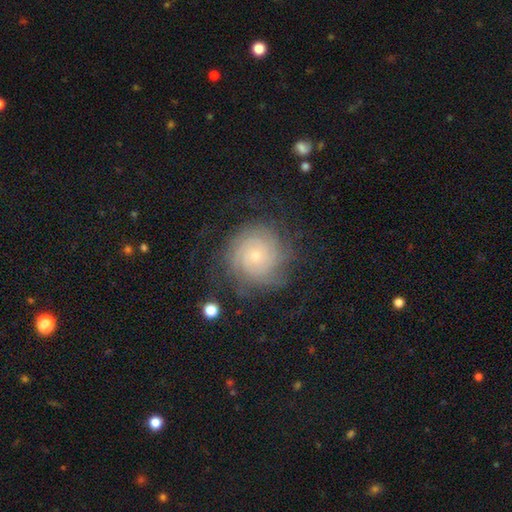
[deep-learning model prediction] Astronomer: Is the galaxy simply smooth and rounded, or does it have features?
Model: featured or disk — 80%.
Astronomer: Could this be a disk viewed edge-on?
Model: no — 98%.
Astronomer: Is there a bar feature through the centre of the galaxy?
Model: no — 80%.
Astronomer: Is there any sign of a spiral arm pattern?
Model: yes — 96%.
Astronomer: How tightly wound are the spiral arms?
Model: tight — 82%.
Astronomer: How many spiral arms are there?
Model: can't tell — 35% (runner-up: 3, 17%).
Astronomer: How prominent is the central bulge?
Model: small — 77%.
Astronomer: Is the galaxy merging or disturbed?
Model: none — 77%.